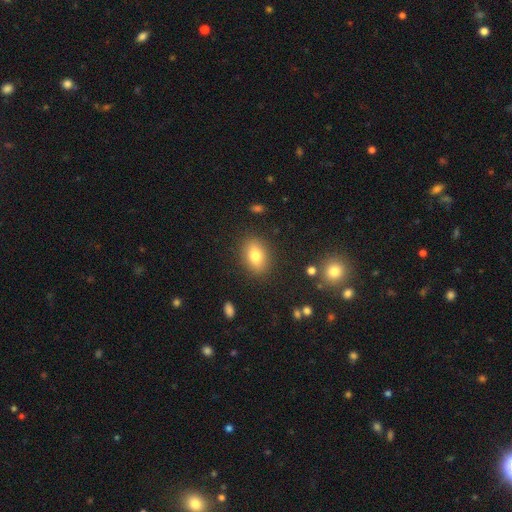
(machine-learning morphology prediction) Smooth or featured: smooth — 75% (featured or disk — 15%)
How rounded: in between — 76% (round — 21%)
Merging: none — 86% (minor disturbance — 10%)